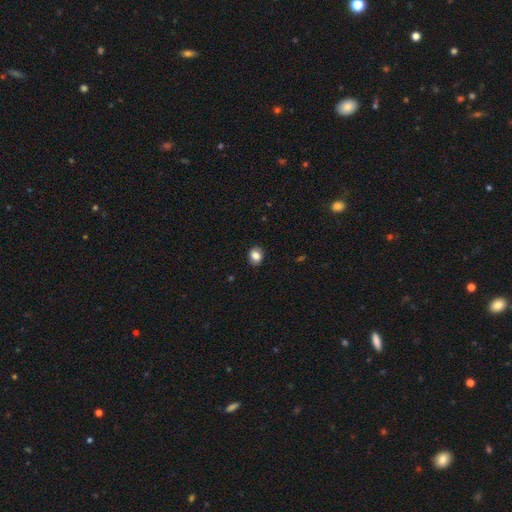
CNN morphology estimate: A smooth galaxy with no disk features (82%) that is round (51%). Merging: none (88%).